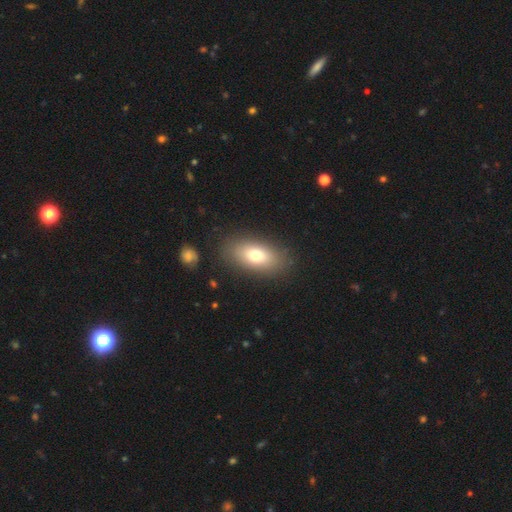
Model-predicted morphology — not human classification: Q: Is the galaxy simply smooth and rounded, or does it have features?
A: smooth — 72%.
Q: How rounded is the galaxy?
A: in between — 88%.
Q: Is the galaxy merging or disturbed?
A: none — 84%.